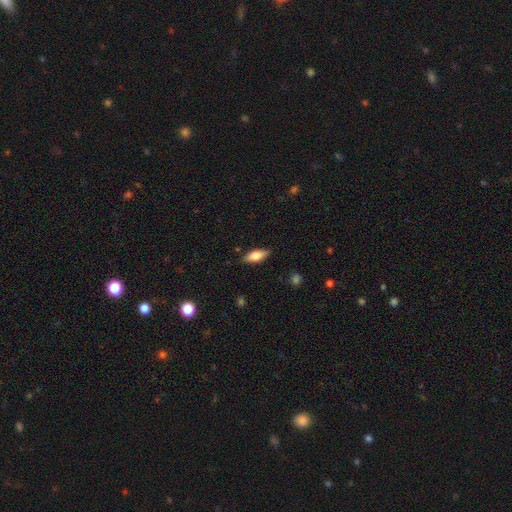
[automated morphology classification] Smooth or featured: smooth — 73% (featured or disk — 20%)
How rounded: in between — 76% (cigar-shaped — 22%)
Merging: none — 85% (minor disturbance — 11%)